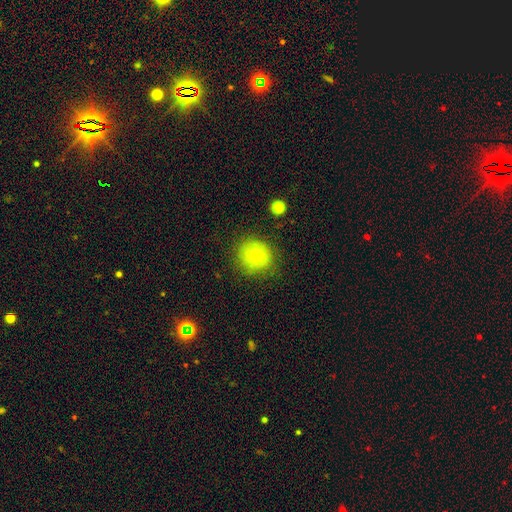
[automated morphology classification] A smooth galaxy with no disk features (80%) that is round (87%). Merging: none (78%).